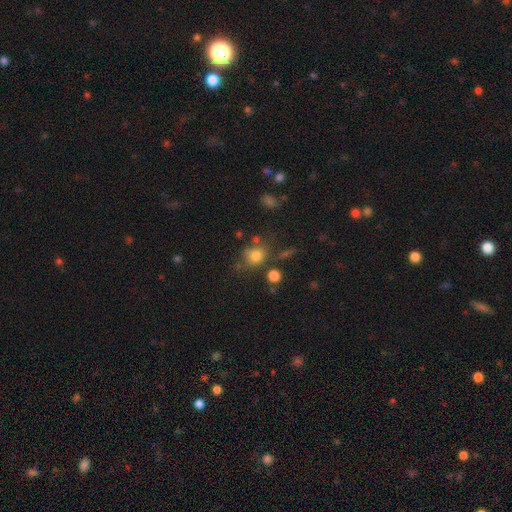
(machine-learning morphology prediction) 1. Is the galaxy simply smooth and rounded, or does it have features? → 77% smooth, 13% star or artifact, 10% featured or disk.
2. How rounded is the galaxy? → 71% round, 28% in between, 1% cigar-shaped.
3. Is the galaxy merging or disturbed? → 60% none, 18% minor disturbance, 13% merger, 9% major disturbance.